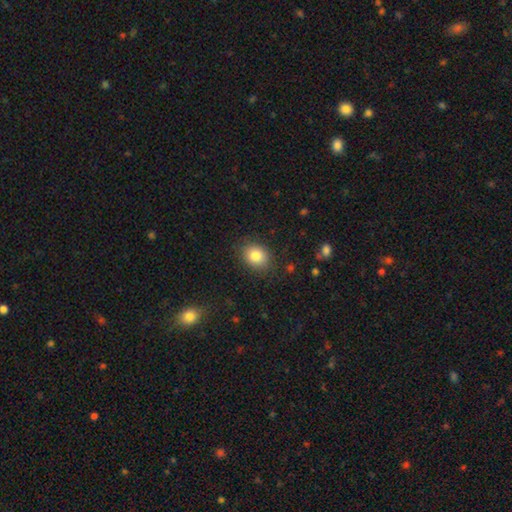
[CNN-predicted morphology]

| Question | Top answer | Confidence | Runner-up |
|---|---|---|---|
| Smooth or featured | smooth | 83% | star or artifact (9%) |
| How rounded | round | 56% | in between (43%) |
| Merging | none | 85% | minor disturbance (11%) |